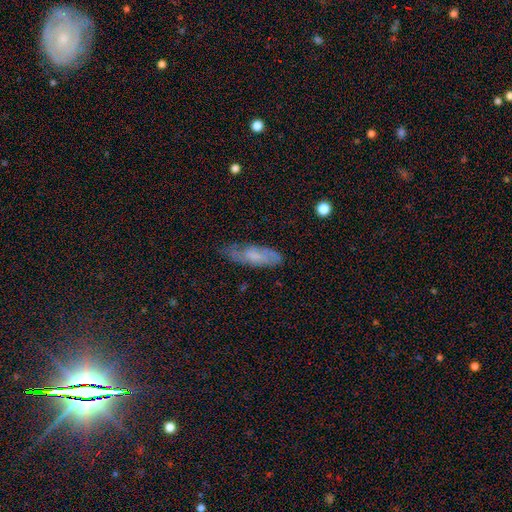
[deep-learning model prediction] Smooth or featured? smooth (52%)
How rounded? in between (57%)
Merging? none (60%)